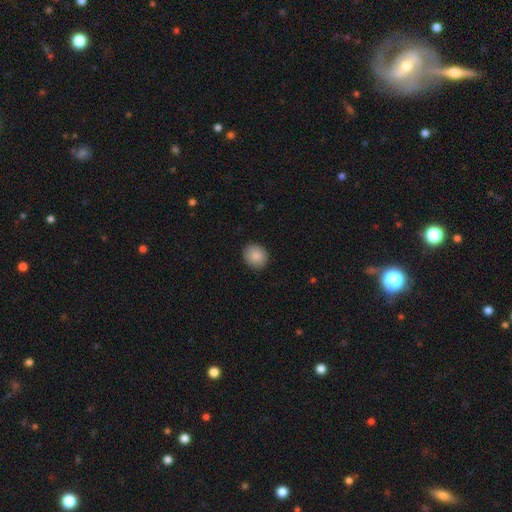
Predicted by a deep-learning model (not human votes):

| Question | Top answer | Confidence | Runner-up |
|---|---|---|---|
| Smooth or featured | smooth | 86% | star or artifact (8%) |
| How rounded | round | 76% | in between (23%) |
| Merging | none | 90% | minor disturbance (7%) |